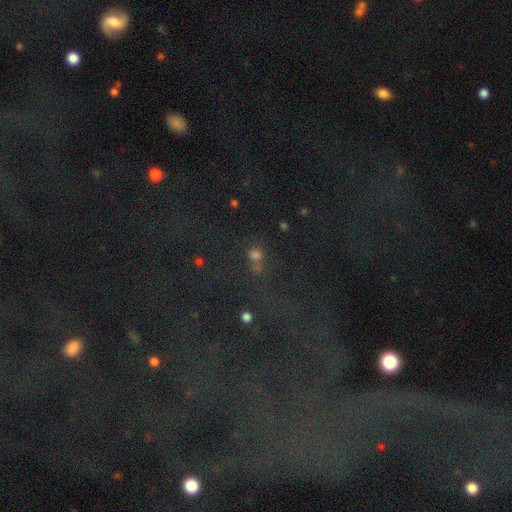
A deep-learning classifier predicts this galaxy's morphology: Smooth or featured?
  - smooth: 52% *
  - star or artifact: 38%
  - featured or disk: 9%
How rounded?
  - round: 77% *
  - in between: 20%
  - cigar-shaped: 2%
Merging?
  - none: 54% *
  - merger: 27%
  - minor disturbance: 11%
  - major disturbance: 8%